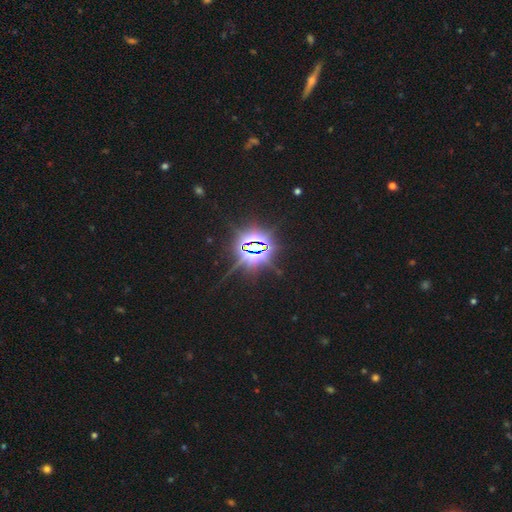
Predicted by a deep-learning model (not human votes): Morphology: type=star or artifact (84%).